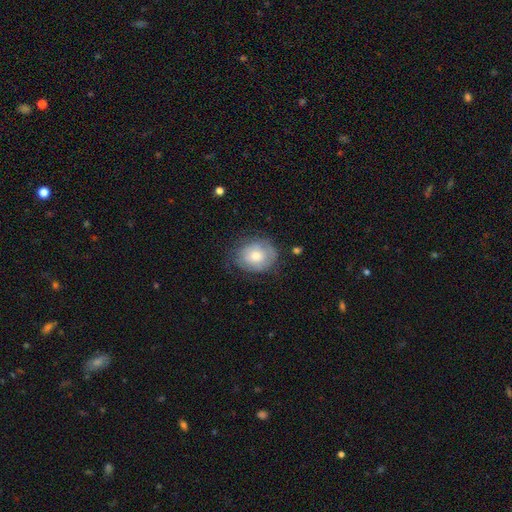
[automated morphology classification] Smooth or featured? smooth (50%)
Merging? none (66%)